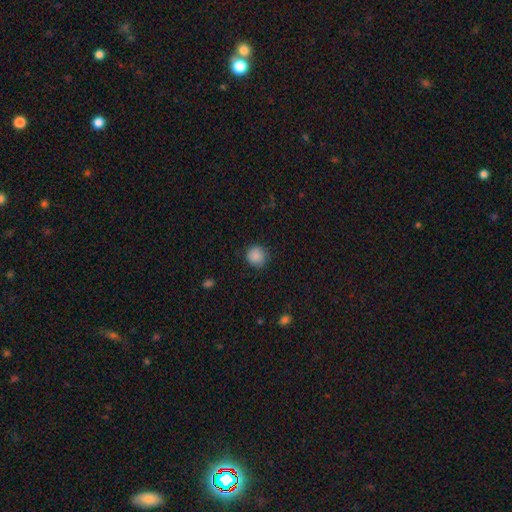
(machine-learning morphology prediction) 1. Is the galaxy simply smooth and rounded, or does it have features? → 88% smooth, 9% star or artifact, 3% featured or disk.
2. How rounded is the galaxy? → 90% round, 9% in between, 1% cigar-shaped.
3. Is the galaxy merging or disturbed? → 84% none, 12% minor disturbance, 3% major disturbance, 1% merger.